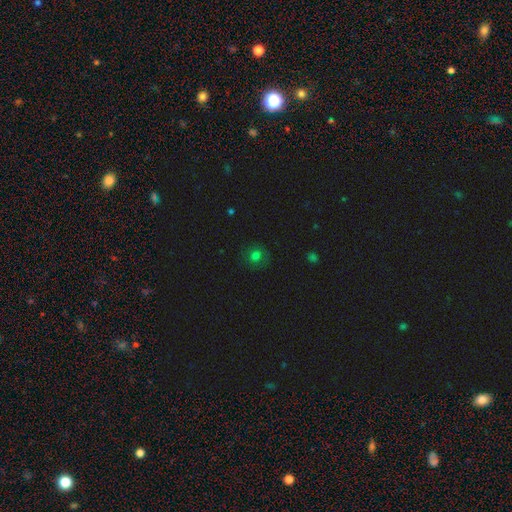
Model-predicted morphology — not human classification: Smooth or featured? smooth (69%)
How rounded? round (84%)
Merging? none (81%)